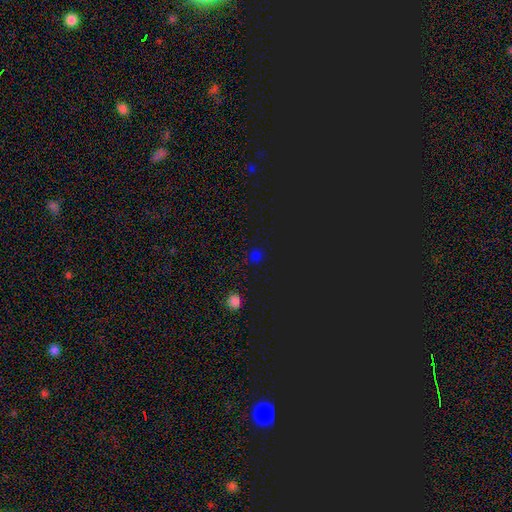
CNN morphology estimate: A star or artifact, not a galaxy (53%).

Vote fractions:
- Smooth or featured? star or artifact: 53% / smooth: 42% / featured or disk: 5%